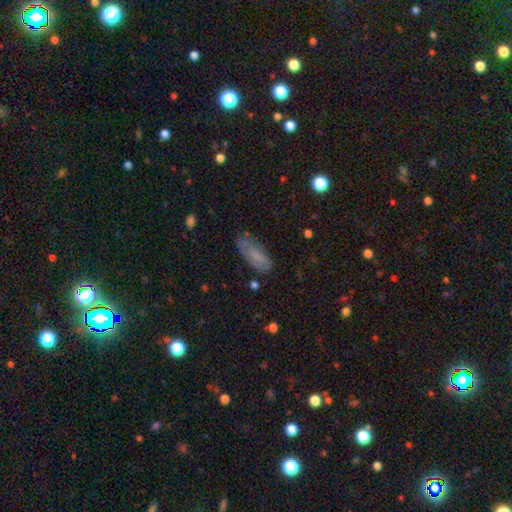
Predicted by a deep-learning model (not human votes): A smooth galaxy with no disk features (66%) that is in between round and cigar-shaped (77%). Merging: none (62%).